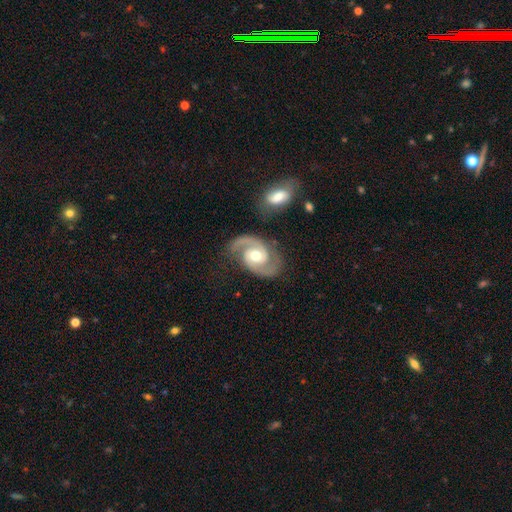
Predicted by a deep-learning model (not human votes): This appears to be a featured or disk galaxy (92%) with no bar (59%), 2 (94%) medium (57%) spiral arms (98%) and a moderate central bulge (74%). Merging: none (79%).